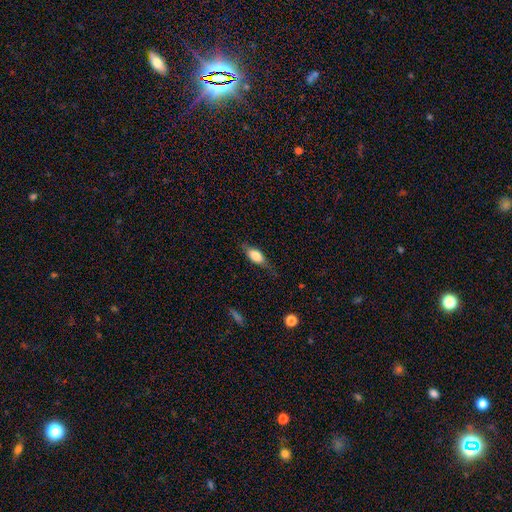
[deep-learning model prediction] smooth 68%, featured or disk 24%, star or artifact 7%. Down the decision tree: how rounded — in between (78%); merging — none (62%).